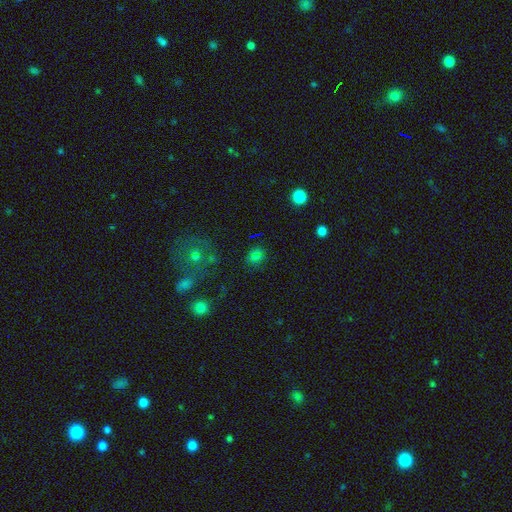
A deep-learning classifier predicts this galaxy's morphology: type=smooth (63%); roundness=round (67%); merging=none (81%).